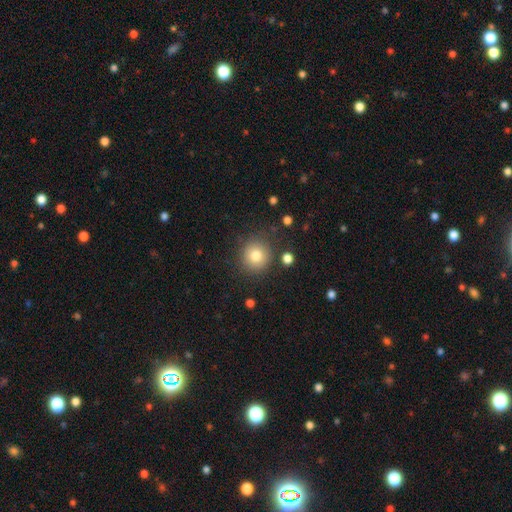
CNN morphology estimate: Smooth or featured? Predicted: smooth (p=0.80). How rounded? Predicted: round (p=0.92). Merging? Predicted: none (p=0.85).